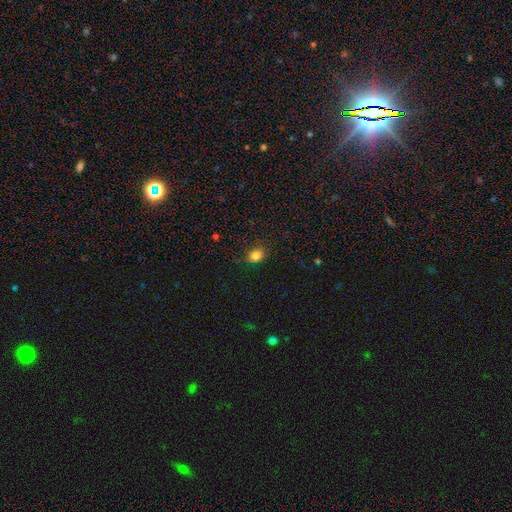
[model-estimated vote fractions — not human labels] Q: Smooth or featured?
A: smooth (83%); runner-up: star or artifact (12%)
Q: How rounded?
A: round (52%); runner-up: in between (47%)
Q: Merging?
A: none (80%); runner-up: minor disturbance (15%)